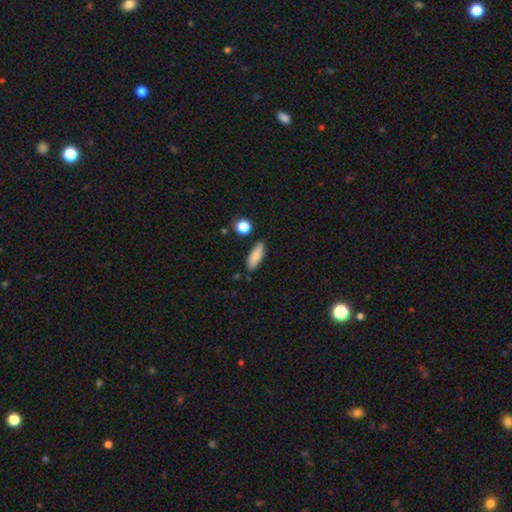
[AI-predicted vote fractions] smooth_or_featured: smooth (p=0.84) [alt: featured or disk p=0.08]
how_rounded: in between (p=0.67) [alt: cigar-shaped p=0.30]
merging: none (p=0.82) [alt: minor disturbance p=0.12]